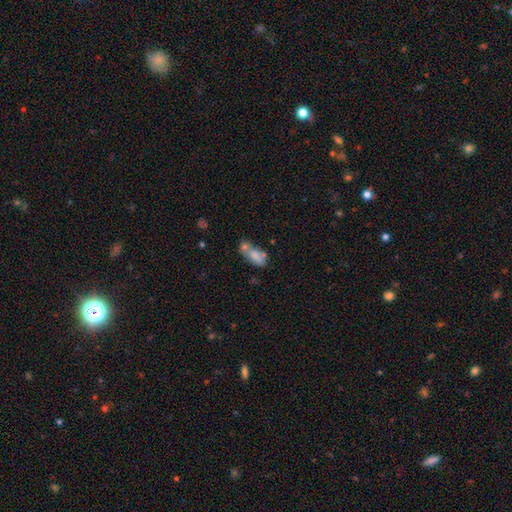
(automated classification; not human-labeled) Smooth or featured: smooth — 70% (featured or disk — 20%)
How rounded: in between — 81% (cigar-shaped — 14%)
Merging: merger — 48% (none — 28%)